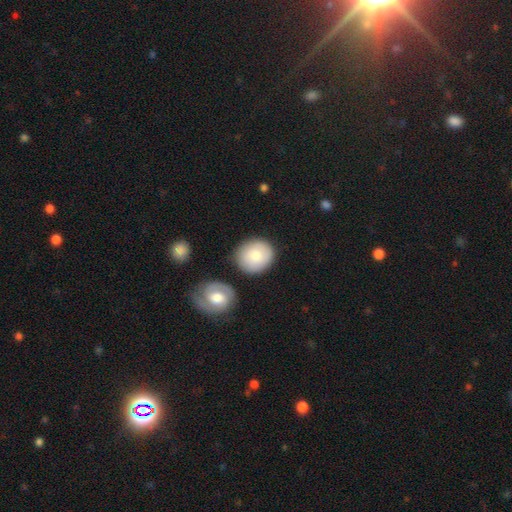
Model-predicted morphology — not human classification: type=smooth (78%); roundness=round (81%); merging=none (77%).